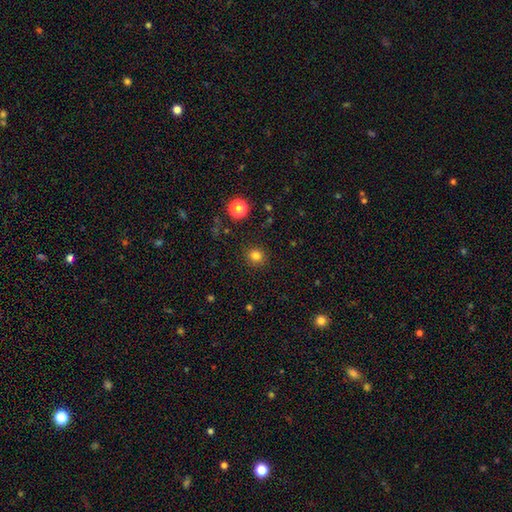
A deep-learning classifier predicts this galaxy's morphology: A smooth galaxy with no disk features (81%) that is round (86%). Merging: none (89%).